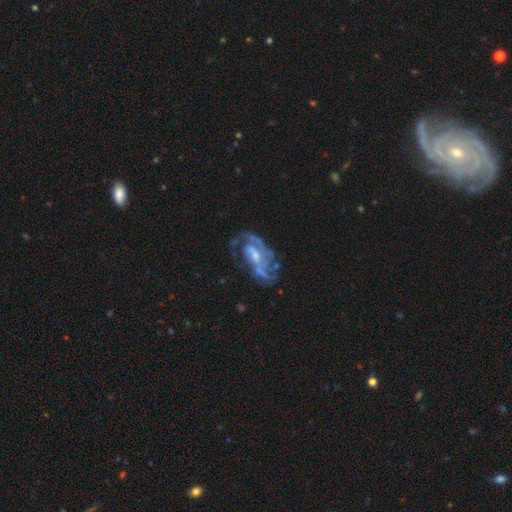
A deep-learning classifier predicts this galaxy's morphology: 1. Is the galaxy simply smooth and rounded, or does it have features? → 87% featured or disk, 7% smooth, 6% star or artifact.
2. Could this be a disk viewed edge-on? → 96% no, 4% yes.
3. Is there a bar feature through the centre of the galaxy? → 46% weak, 38% no, 16% strong.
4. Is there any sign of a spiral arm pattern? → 93% yes, 7% no.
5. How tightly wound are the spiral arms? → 48% medium, 34% tight, 18% loose.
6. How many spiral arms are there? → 49% 2, 19% can't tell, 17% 3, 7% 1, 5% 4, 4% more than 4.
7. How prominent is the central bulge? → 48% small, 40% moderate, 7% none, 3% large, 1% dominant.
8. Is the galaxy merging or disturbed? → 57% none, 20% major disturbance, 20% minor disturbance, 4% merger.